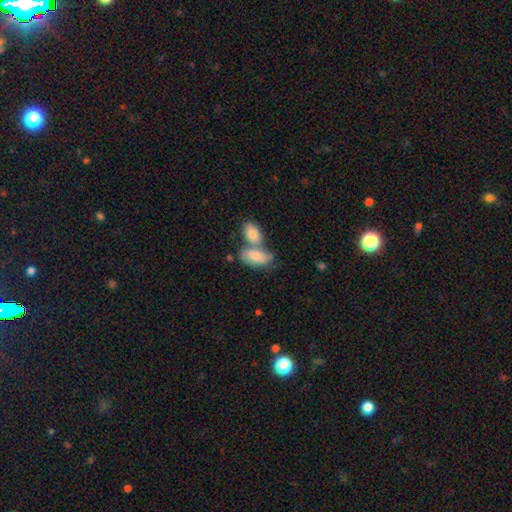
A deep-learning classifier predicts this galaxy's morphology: Q: Smooth or featured?
A: smooth (74%); runner-up: featured or disk (21%)
Q: How rounded?
A: in between (92%); runner-up: round (4%)
Q: Merging?
A: merger (56%); runner-up: none (28%)